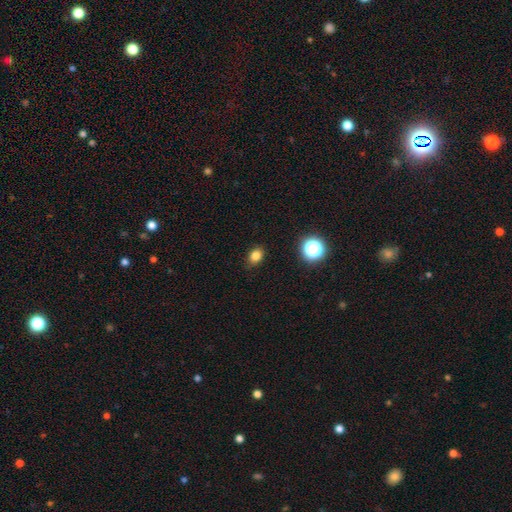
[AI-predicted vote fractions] The model was most divided on "how rounded": in between: 61%, round: 38%, cigar-shaped: 1%. More confident: merging — none (85%); smooth or featured — smooth (81%).